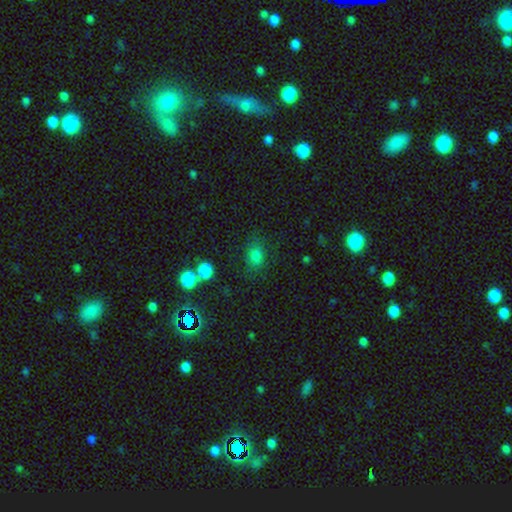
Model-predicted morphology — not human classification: A smooth galaxy with no disk features (78%) that is in between round and cigar-shaped (64%).

Vote fractions:
- Smooth or featured? smooth: 78% / star or artifact: 14% / featured or disk: 7%
- How rounded? in between: 64% / round: 34% / cigar-shaped: 2%
- Merging? none: 72% / minor disturbance: 16% / major disturbance: 7% / merger: 4%